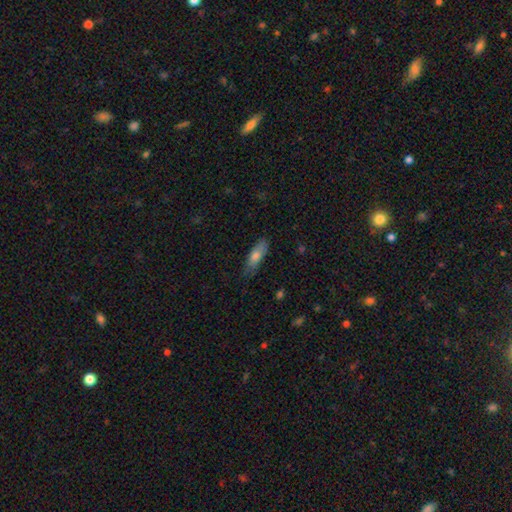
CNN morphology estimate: smooth-or-featured: smooth: 72% | featured or disk: 21% | star or artifact: 7%
  how-rounded: in between: 52% | cigar-shaped: 45% | round: 2%
  merging: none: 73% | minor disturbance: 21% | major disturbance: 4% | merger: 1%